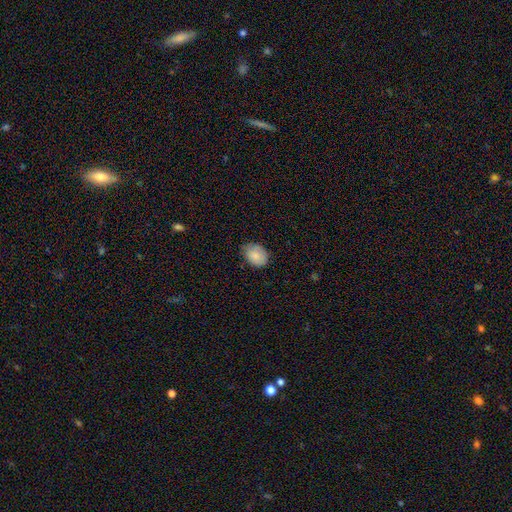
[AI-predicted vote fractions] A smooth galaxy with no disk features (84%) that is in between round and cigar-shaped (69%). Merging: none (65%).